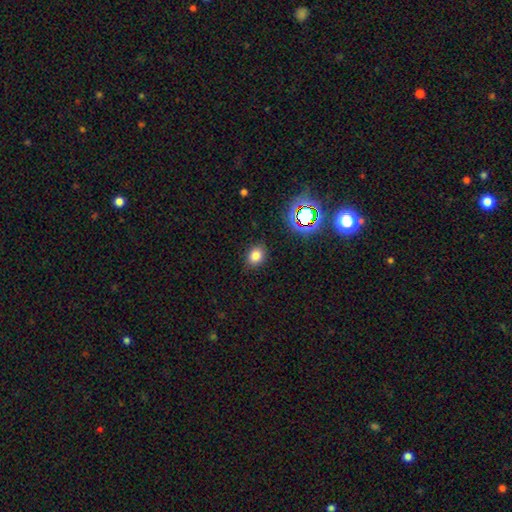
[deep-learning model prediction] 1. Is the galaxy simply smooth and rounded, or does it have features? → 77% smooth, 16% star or artifact, 7% featured or disk.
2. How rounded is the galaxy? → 51% round, 48% in between, 1% cigar-shaped.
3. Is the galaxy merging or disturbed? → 85% none, 11% minor disturbance, 3% major disturbance, 1% merger.